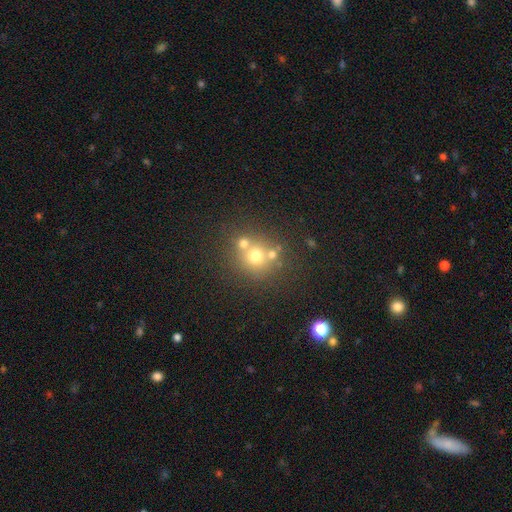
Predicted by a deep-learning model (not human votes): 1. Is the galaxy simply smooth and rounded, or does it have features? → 63% smooth, 18% star or artifact, 18% featured or disk.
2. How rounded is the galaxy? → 87% round, 12% in between, 1% cigar-shaped.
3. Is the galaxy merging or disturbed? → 55% none, 32% merger, 8% minor disturbance, 4% major disturbance.